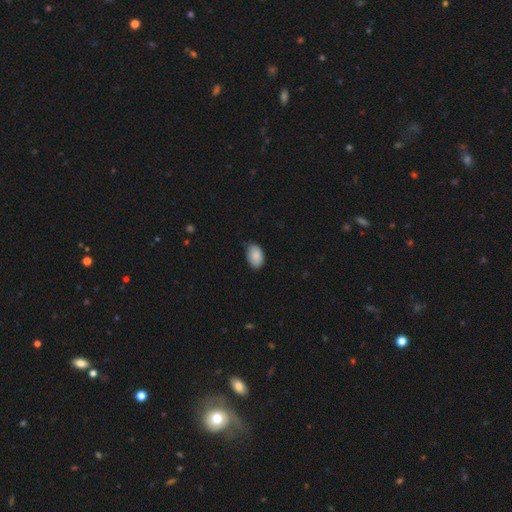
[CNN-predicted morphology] The model was most divided on "merging": none: 73%, minor disturbance: 23%, major disturbance: 3%, merger: 1%. More confident: how rounded — in between (90%); smooth or featured — smooth (88%).